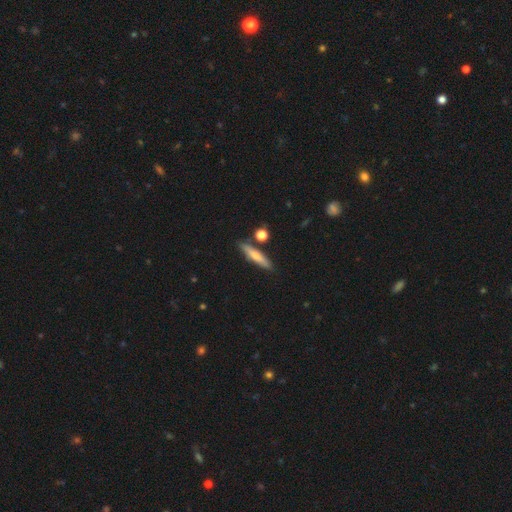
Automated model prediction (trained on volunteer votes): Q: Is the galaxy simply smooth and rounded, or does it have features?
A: smooth — 62%.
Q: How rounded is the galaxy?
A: cigar-shaped — 83%.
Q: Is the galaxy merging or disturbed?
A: none — 80%.